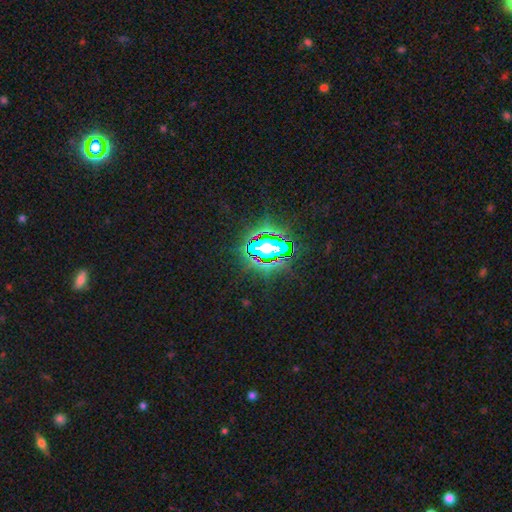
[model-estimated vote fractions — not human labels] A star or artifact, not a galaxy (83%).

Vote fractions:
- Smooth or featured? star or artifact: 83% / smooth: 11% / featured or disk: 7%